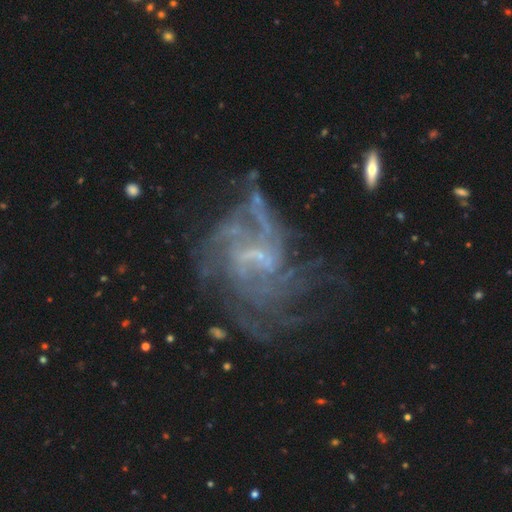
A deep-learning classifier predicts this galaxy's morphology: smooth_or_featured: featured or disk (p=0.84) [alt: star or artifact p=0.10]
disk_edge_on: no (p=0.98) [alt: yes p=0.02]
bar: weak (p=0.53) [alt: no p=0.30]
has_spiral_arms: yes (p=0.86) [alt: no p=0.14]
spiral_winding: medium (p=0.42) [alt: tight p=0.30]
spiral_arm_count: can't tell (p=0.39) [alt: 4 p=0.17]
bulge_size: small (p=0.57) [alt: none p=0.29]
merging: none (p=0.44) [alt: major disturbance p=0.34]